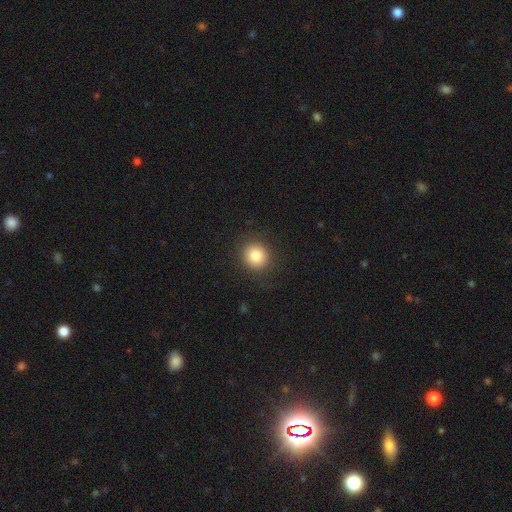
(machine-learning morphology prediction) This is clearly a smooth galaxy (84%). How rounded: clearly round (88%). Merging: clearly none (89%).